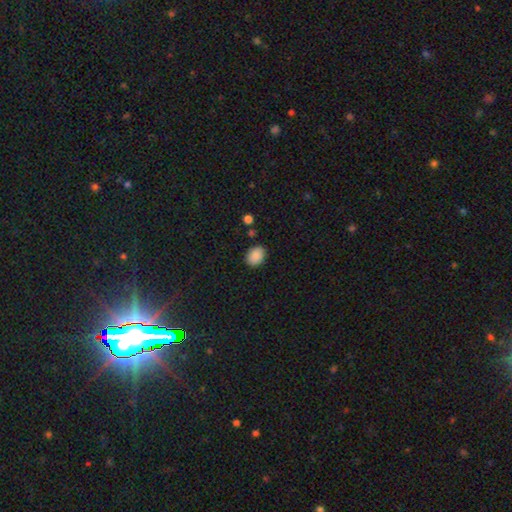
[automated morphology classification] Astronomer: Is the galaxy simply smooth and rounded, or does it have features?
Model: smooth — 88%.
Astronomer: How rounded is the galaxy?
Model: in between — 62% (runner-up: round, 37%).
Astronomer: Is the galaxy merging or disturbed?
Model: none — 85%.